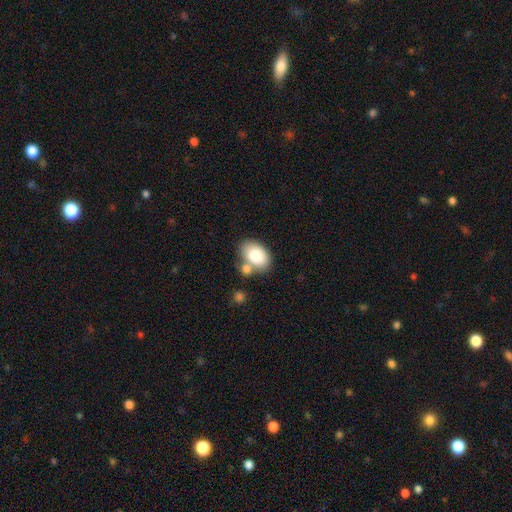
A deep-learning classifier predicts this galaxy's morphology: smooth_or_featured: smooth (p=0.84) [alt: featured or disk p=0.09]
how_rounded: in between (p=0.88) [alt: round p=0.11]
merging: none (p=0.53) [alt: merger p=0.26]